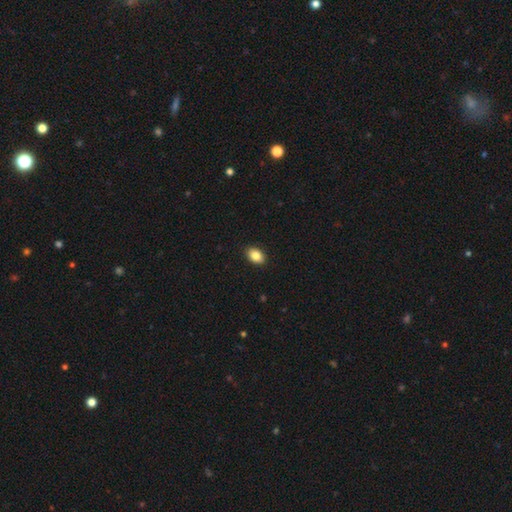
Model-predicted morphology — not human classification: smooth_or_featured: smooth (p=0.86) [alt: star or artifact p=0.08]
how_rounded: in between (p=0.80) [alt: round p=0.19]
merging: none (p=0.91) [alt: minor disturbance p=0.07]